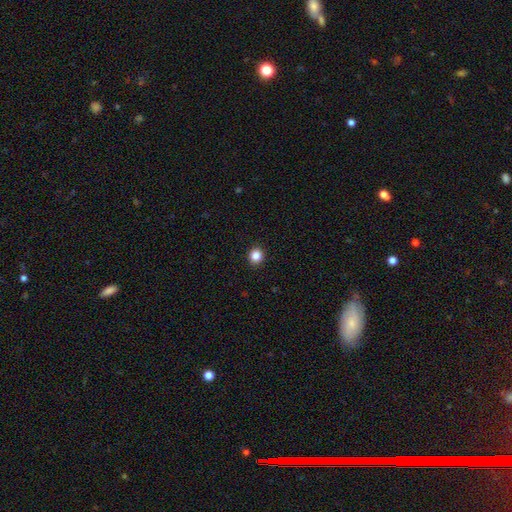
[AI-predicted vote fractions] Smooth or featured? Predicted: smooth (p=0.86). How rounded? Predicted: round (p=0.86). Merging? Predicted: none (p=0.93).